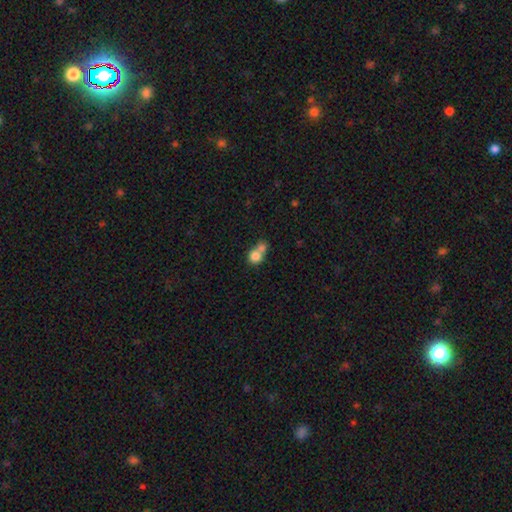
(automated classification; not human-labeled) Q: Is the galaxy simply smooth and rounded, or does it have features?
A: smooth — 78%.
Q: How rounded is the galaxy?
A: round — 77%.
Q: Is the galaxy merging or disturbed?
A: merger — 62%.